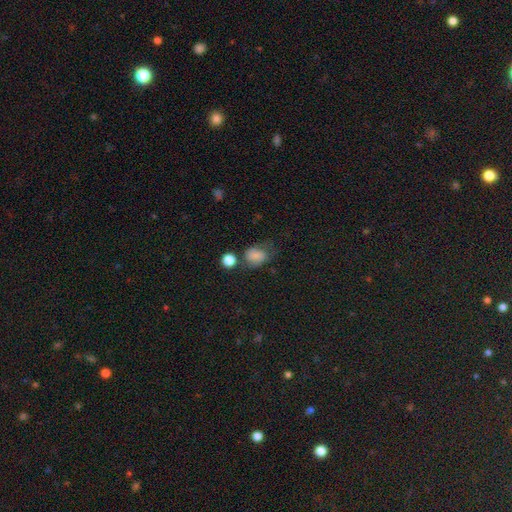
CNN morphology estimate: Overall: smooth (71%). How rounded: round (52%; in between 47%). Merging: none (47%; minor disturbance 26%).